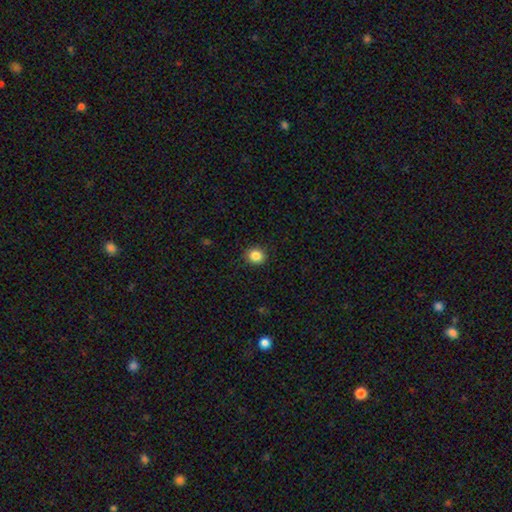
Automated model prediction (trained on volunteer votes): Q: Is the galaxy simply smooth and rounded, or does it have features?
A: smooth — 86%.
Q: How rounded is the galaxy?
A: round — 78%.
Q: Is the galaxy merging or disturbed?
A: none — 89%.